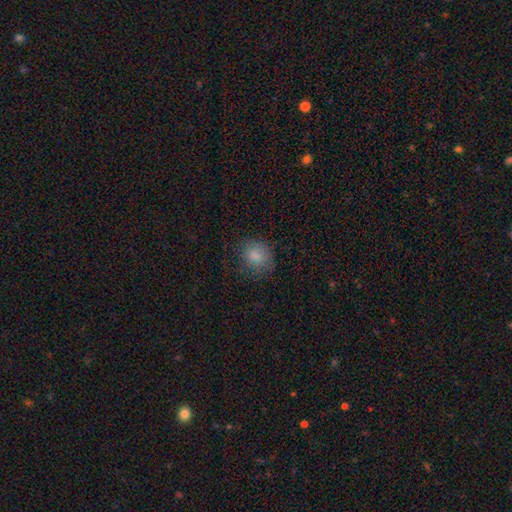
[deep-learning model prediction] A smooth galaxy with no disk features (80%) that is round (76%). Merging: none (69%).